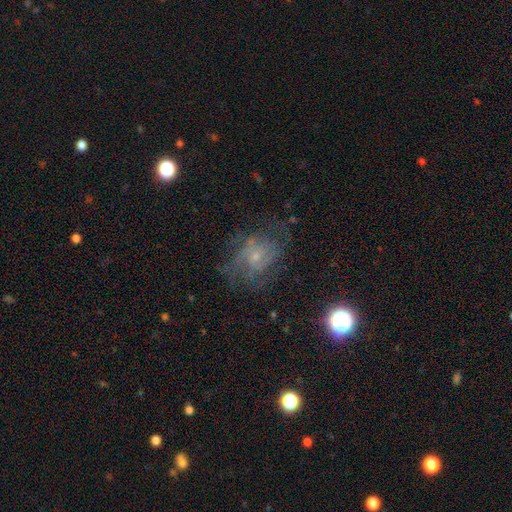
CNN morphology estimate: Smooth or featured: featured or disk — 61% (smooth — 24%)
Edge-on disk: no — 97% (yes — 3%)
Bar: no — 74% (weak — 23%)
Spiral arms: yes — 75% (no — 25%)
Bulge size: small — 68% (moderate — 22%)
Merging: none — 57% (minor disturbance — 21%)